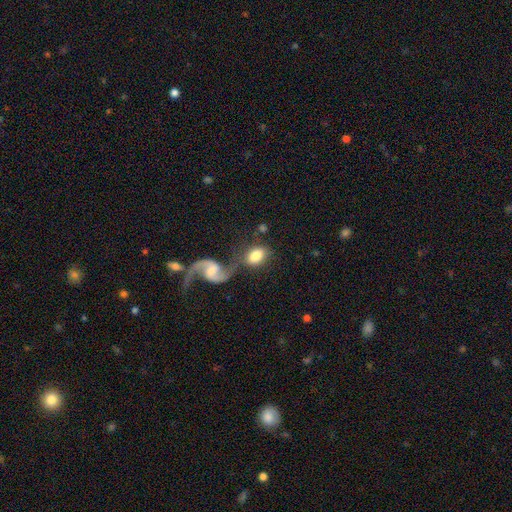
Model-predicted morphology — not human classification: Overall: smooth (68%). How rounded: in between (77%). Merging: none (47%; merger 33%).